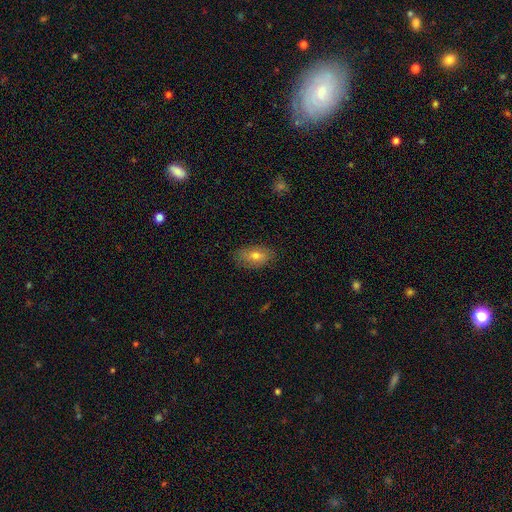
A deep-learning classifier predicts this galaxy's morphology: Smooth or featured? Predicted: smooth (p=0.72). How rounded? Predicted: in between (p=0.89). Merging? Predicted: none (p=0.83).